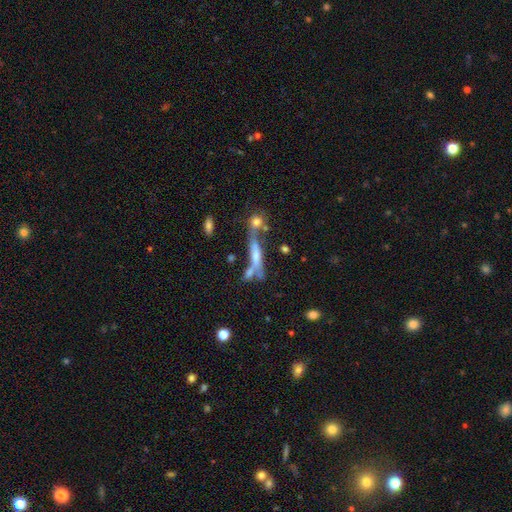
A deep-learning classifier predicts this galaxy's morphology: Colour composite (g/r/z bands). It shows a featured or disk galaxy (47%). Merging: none (40%).